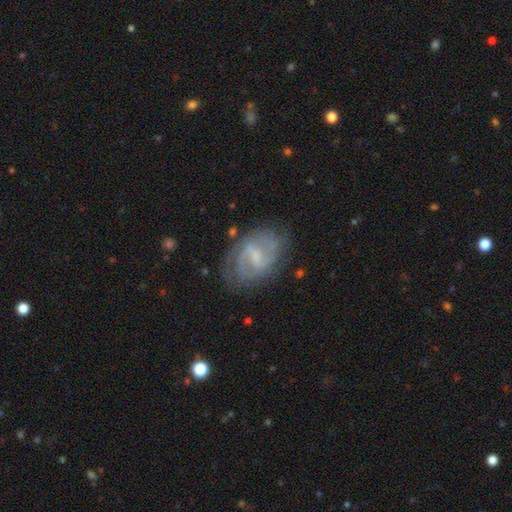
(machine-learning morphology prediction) A featured or disk galaxy (79%) with a weak bar (60%), 2 (70%) medium (47%) spiral arms (91%) and a small central bulge (52%).

Vote fractions:
- Smooth or featured? featured or disk: 79% / smooth: 14% / star or artifact: 7%
- Edge-on disk? no: 97% / yes: 3%
- Bar? weak: 60% / strong: 22% / no: 17%
- Spiral arms? yes: 91% / no: 9%
- Spiral winding? medium: 47% / tight: 33% / loose: 20%
- Spiral arm count? 2: 70% / can't tell: 16% / 3: 6% / 1: 4% / 4: 2% / more than 4: 2%
- Bulge size? small: 52% / moderate: 25% / none: 21% / large: 2% / dominant: 1%
- Merging? none: 72% / minor disturbance: 18% / major disturbance: 8% / merger: 2%